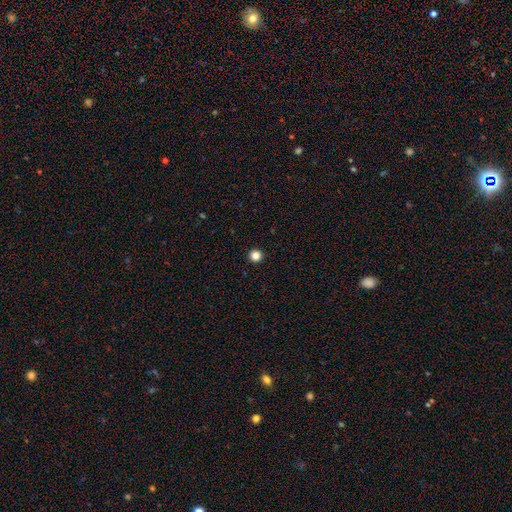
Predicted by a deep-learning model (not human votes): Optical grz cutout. It shows a smooth galaxy with no disk features (84%) that is round (96%). Merging: none (94%).